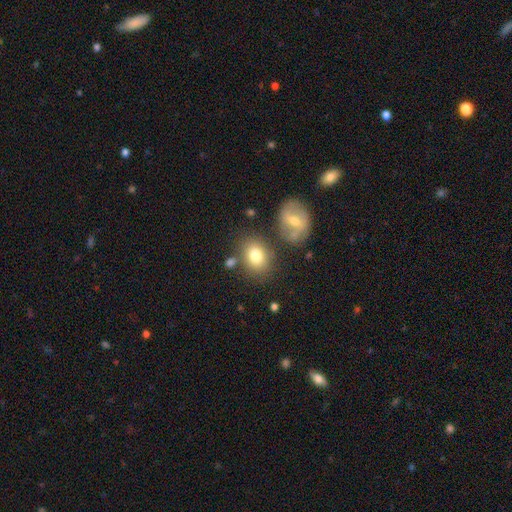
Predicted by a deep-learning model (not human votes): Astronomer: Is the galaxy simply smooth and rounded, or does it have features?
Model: smooth — 78%.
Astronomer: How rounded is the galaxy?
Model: in between — 57% (runner-up: round, 42%).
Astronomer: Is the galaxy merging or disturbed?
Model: none — 70%.